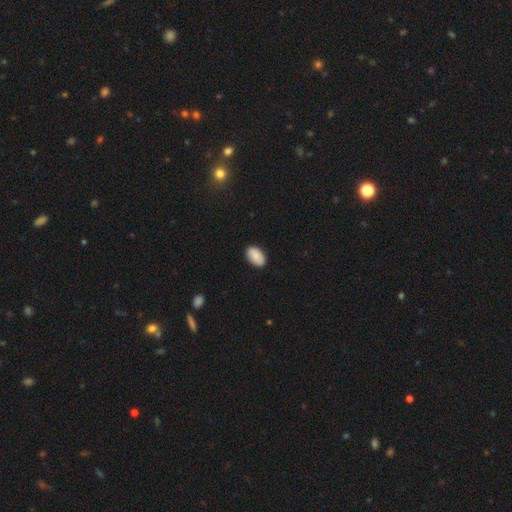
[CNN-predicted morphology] smooth_or_featured: smooth (p=0.84) [alt: featured or disk p=0.09]
how_rounded: in between (p=0.93) [alt: round p=0.06]
merging: none (p=0.87) [alt: minor disturbance p=0.10]